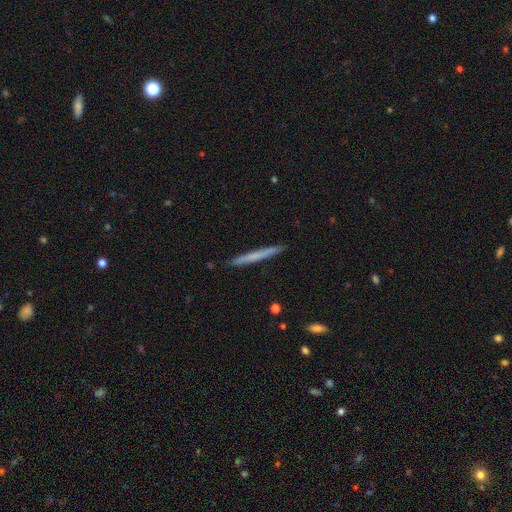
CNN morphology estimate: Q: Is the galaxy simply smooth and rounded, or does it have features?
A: smooth — 61%.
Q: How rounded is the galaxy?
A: cigar-shaped — 97%.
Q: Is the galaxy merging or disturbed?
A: none — 92%.